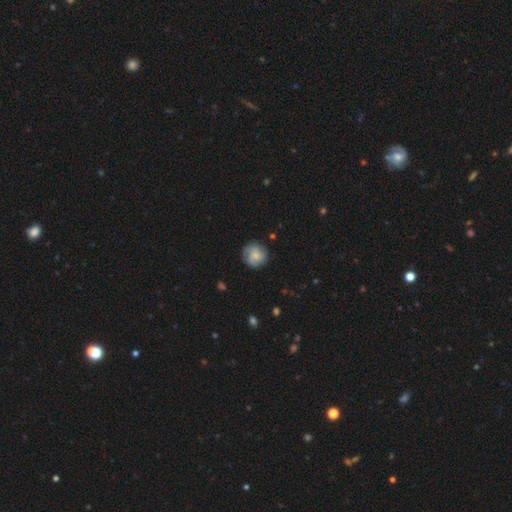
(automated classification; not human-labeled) Morphology: type=smooth (67%); roundness=round (91%); merging=none (76%).